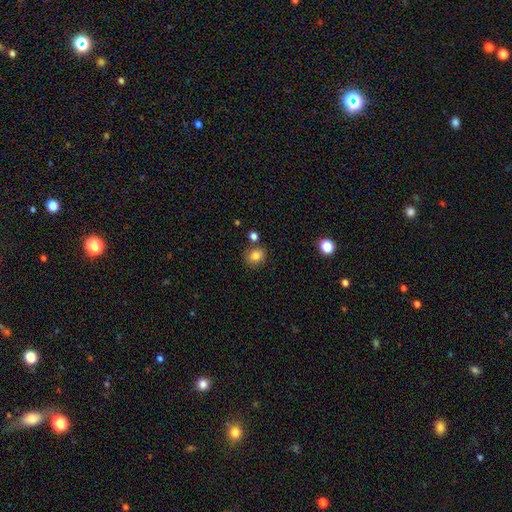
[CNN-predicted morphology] smooth 81%, star or artifact 11%, featured or disk 8%. Down the decision tree: how rounded — round (71%); merging — none (76%).